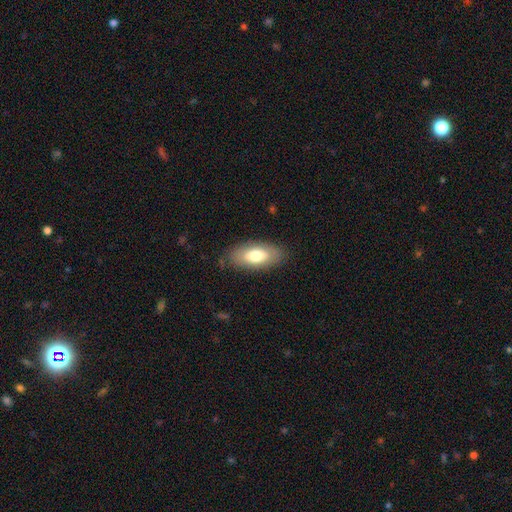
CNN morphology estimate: A smooth galaxy with no disk features (70%) that is in between round and cigar-shaped (88%). Merging: none (82%).